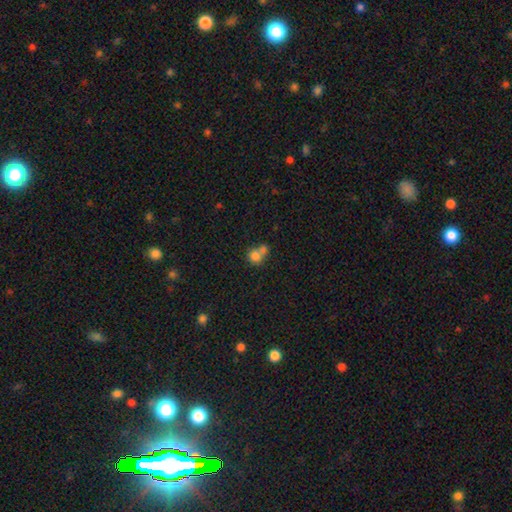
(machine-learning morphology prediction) This is likely a smooth galaxy (77%). How rounded: clearly round (80%). Merging: possibly merger (55%).